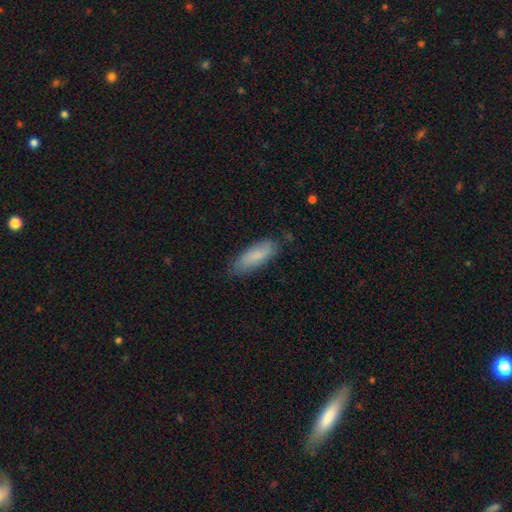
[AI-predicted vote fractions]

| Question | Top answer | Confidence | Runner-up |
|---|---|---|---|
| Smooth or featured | smooth | 79% | featured or disk (15%) |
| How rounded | in between | 64% | cigar-shaped (34%) |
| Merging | none | 76% | minor disturbance (19%) |